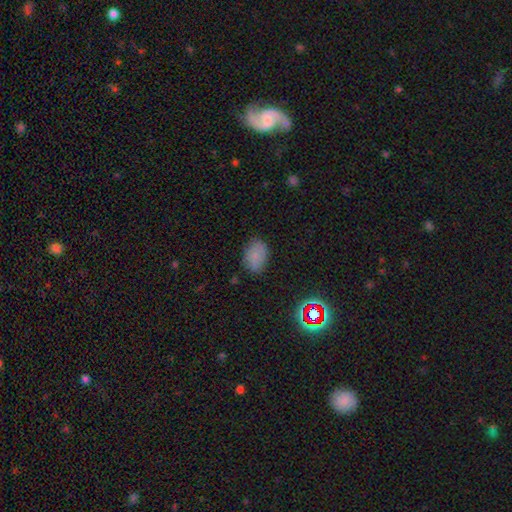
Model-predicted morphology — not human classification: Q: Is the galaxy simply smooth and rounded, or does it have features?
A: smooth — 78%.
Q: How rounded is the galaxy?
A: in between — 85%.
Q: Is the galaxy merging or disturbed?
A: none — 77%.